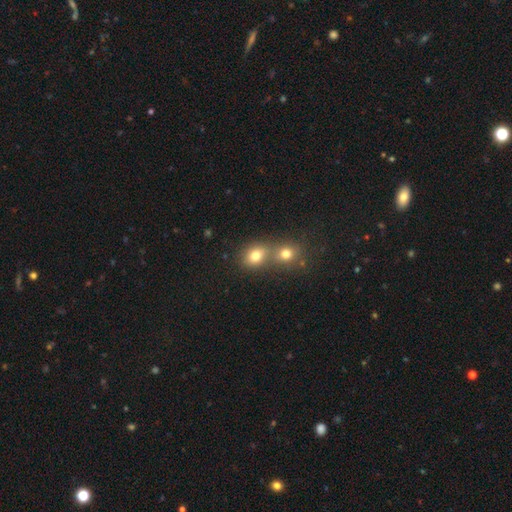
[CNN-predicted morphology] Overall: smooth (77%). How rounded: round (61%; in between 38%). Merging: merger (50%; none 40%).